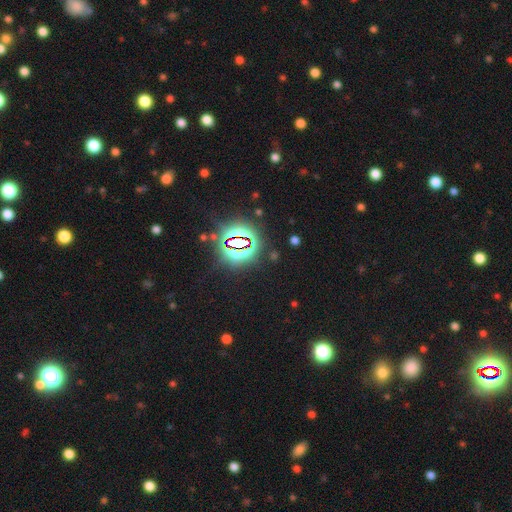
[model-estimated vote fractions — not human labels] This is clearly a star or artifact rather than a galaxy (82%).